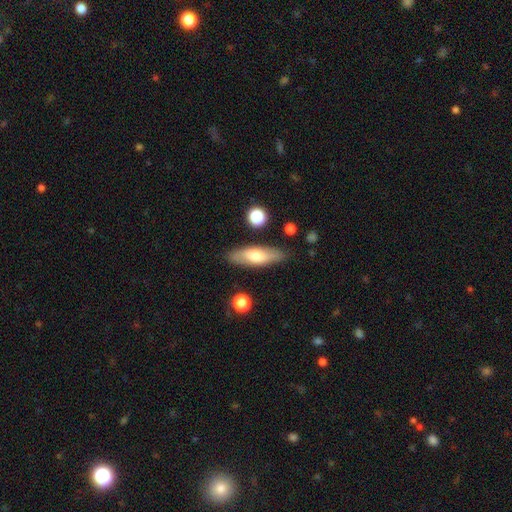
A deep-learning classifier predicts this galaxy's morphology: Smooth or featured?
  - smooth: 62% *
  - featured or disk: 32%
  - star or artifact: 6%
How rounded?
  - cigar-shaped: 50% *
  - in between: 48%
  - round: 2%
Merging?
  - none: 85% *
  - minor disturbance: 11%
  - major disturbance: 2%
  - merger: 2%